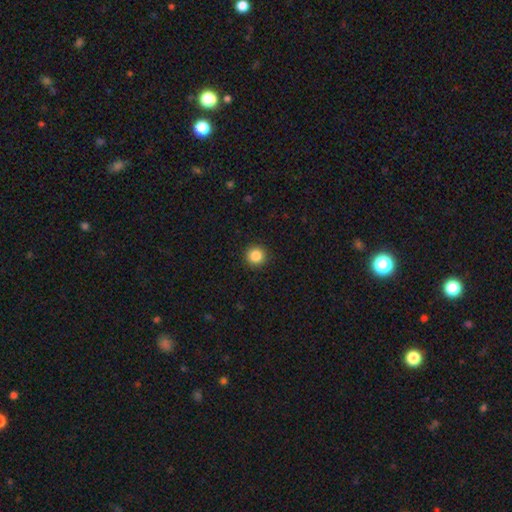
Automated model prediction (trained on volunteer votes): Overall: smooth (86%). How rounded: round (95%). Merging: none (92%).